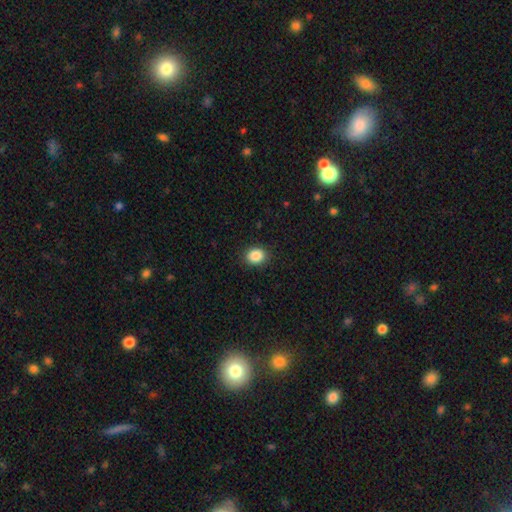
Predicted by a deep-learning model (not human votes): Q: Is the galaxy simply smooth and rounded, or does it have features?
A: smooth — 87%.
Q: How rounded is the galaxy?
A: round — 56%.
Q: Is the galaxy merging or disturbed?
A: none — 89%.